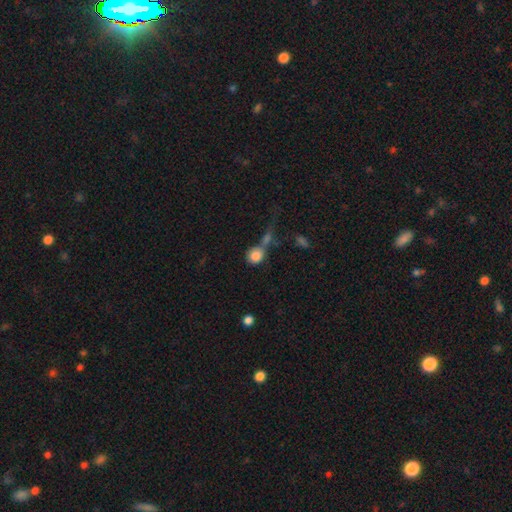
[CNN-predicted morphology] This appears to be a smooth galaxy with no disk features (82%) that is round (82%). Merging: merger (39%).